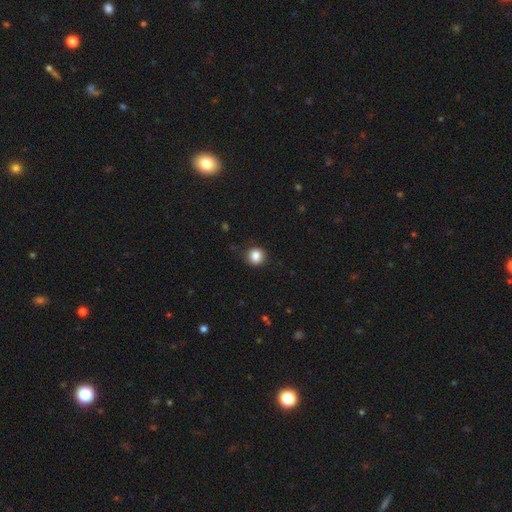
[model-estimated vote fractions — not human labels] smooth-or-featured: smooth: 85% | star or artifact: 10% | featured or disk: 4%
  how-rounded: round: 85% | in between: 14% | cigar-shaped: 1%
  merging: none: 87% | minor disturbance: 10% | major disturbance: 3% | merger: 1%